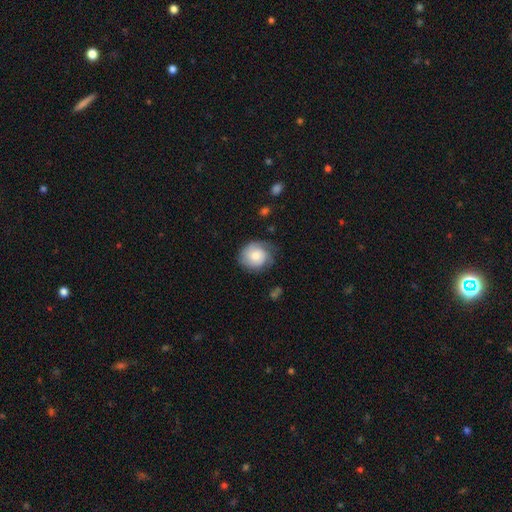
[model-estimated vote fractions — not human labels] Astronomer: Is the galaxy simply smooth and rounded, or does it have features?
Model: smooth — 53% (runner-up: featured or disk, 40%).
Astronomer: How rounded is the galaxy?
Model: round — 76%.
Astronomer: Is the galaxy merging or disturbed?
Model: none — 63%.